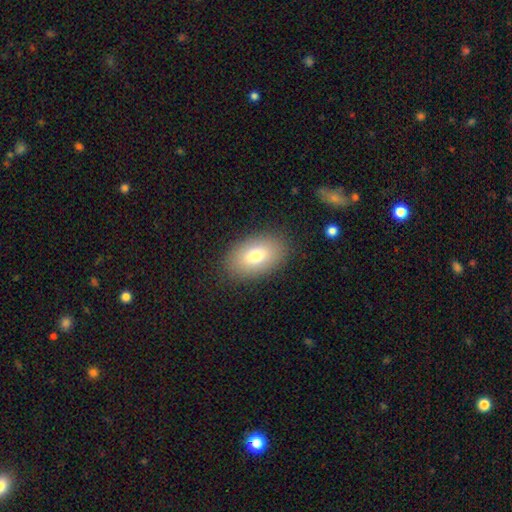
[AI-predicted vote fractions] Overall: smooth (75%). How rounded: in between (90%). Merging: none (87%).